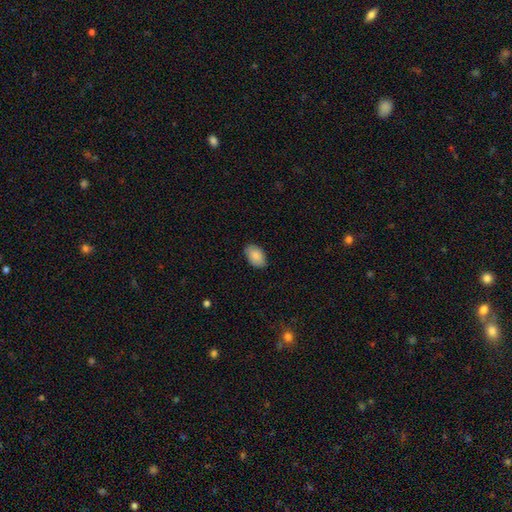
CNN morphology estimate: Smooth or featured? Predicted: smooth (p=0.87). How rounded? Predicted: in between (p=0.91). Merging? Predicted: none (p=0.84).